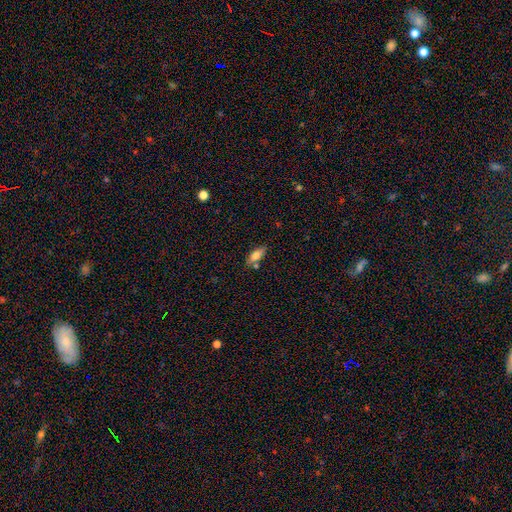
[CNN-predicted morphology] This is likely a smooth galaxy (74%). How rounded: likely in between (74%). Merging: likely none (68%).